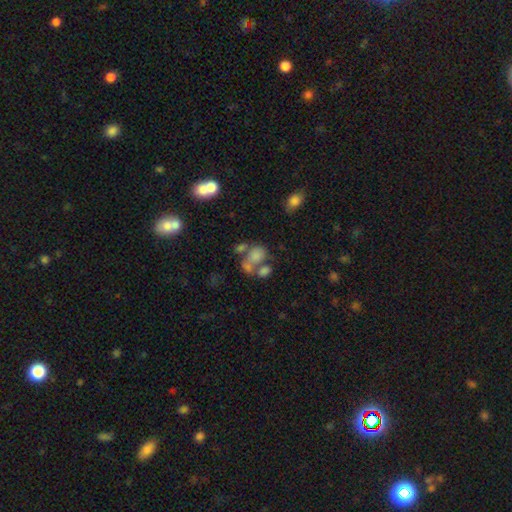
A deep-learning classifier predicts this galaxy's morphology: This appears to be a smooth galaxy with no disk features (65%) that is in between round and cigar-shaped (65%). Merging: merger (50%).